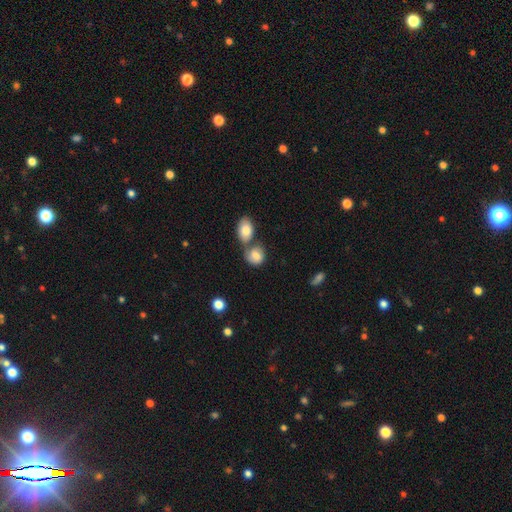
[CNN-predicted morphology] Overall: smooth (73%). How rounded: round (53%; in between 46%). Merging: merger (45%; none 35%).